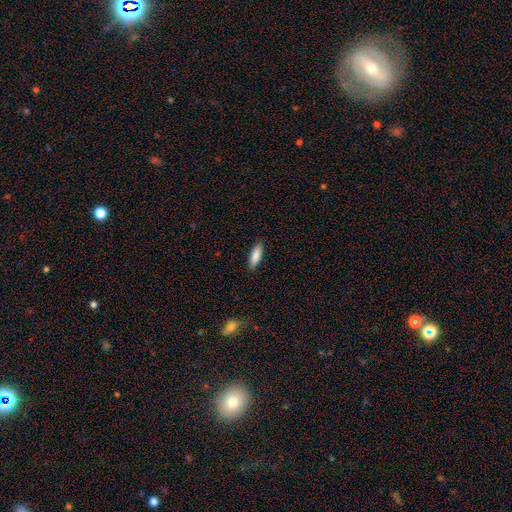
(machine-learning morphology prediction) Smooth or featured? Predicted: smooth (p=0.86). How rounded? Predicted: in between (p=0.62). Merging? Predicted: none (p=0.88).